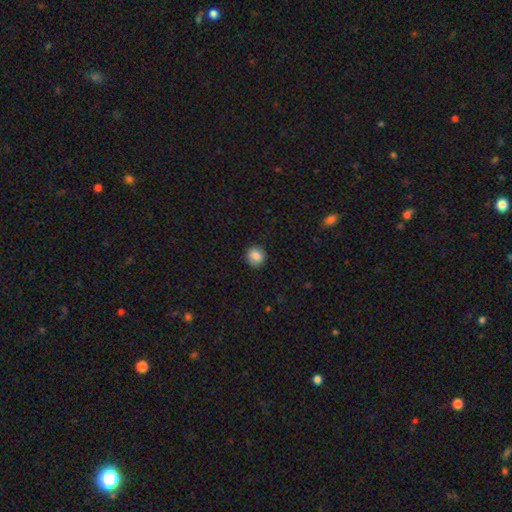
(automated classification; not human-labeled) Morphology: type=smooth (82%); roundness=round (86%); merging=none (86%).